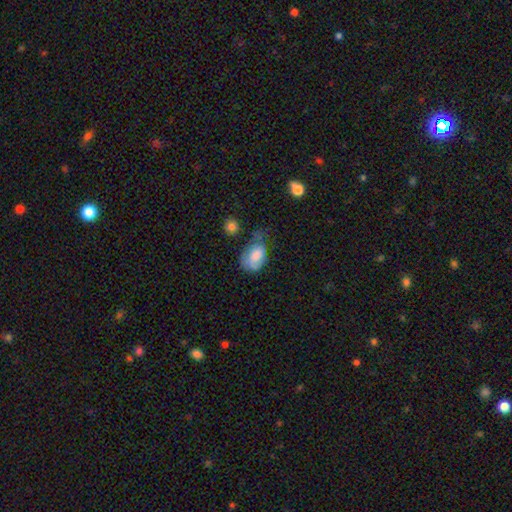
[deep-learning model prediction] The model was most divided on "merging": minor disturbance: 37%, none: 29%, major disturbance: 26%, merger: 7%. More confident: how rounded — in between (84%); smooth or featured — smooth (77%).